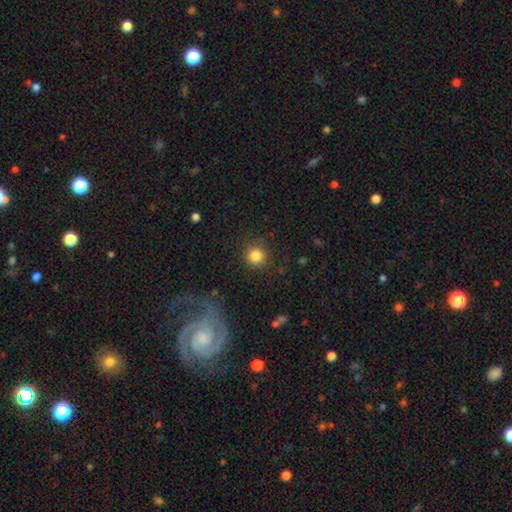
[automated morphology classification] Overall: smooth (84%). How rounded: round (93%). Merging: none (87%).